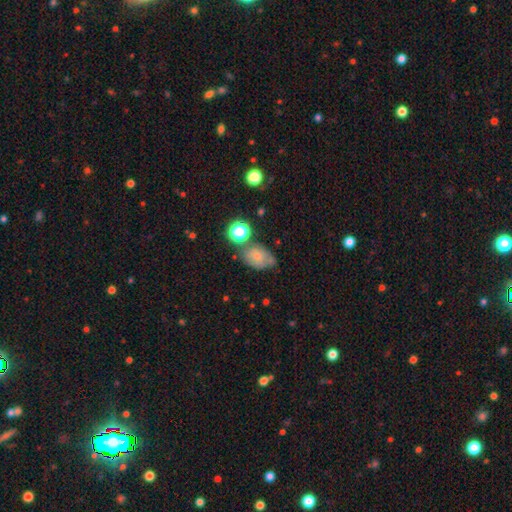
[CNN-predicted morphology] smooth-or-featured: smooth: 68% | featured or disk: 18% | star or artifact: 14%
  how-rounded: in between: 72% | round: 27% | cigar-shaped: 1%
  merging: none: 51% | minor disturbance: 26% | merger: 14% | major disturbance: 9%